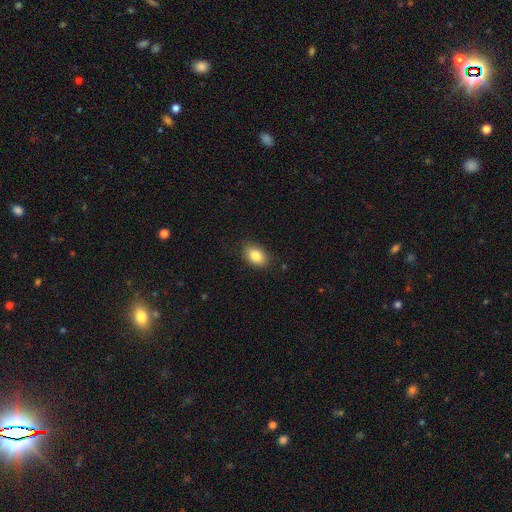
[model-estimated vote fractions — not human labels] smooth-or-featured: smooth: 85% | star or artifact: 8% | featured or disk: 7%
  how-rounded: in between: 87% | round: 11% | cigar-shaped: 1%
  merging: none: 86% | minor disturbance: 10% | major disturbance: 2% | merger: 1%